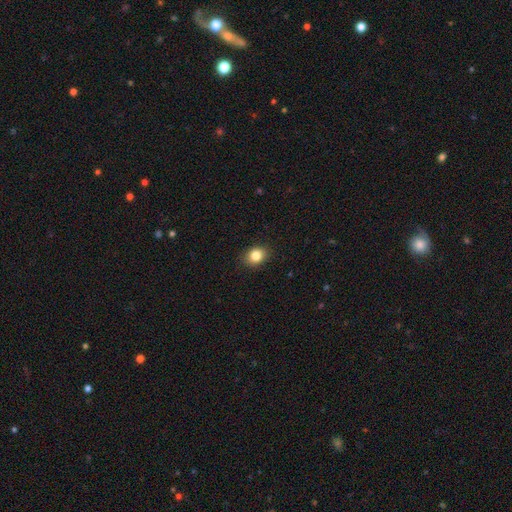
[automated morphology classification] type=smooth (84%); roundness=in between (56%); merging=none (88%).